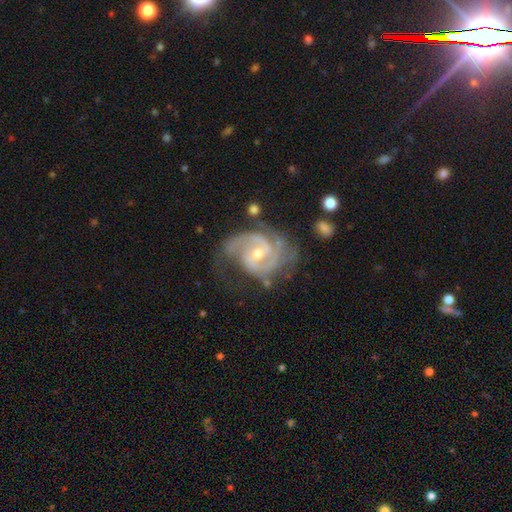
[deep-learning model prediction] Smooth or featured: featured or disk — 89% (star or artifact — 6%)
Edge-on disk: no — 98% (yes — 2%)
Bar: weak — 44% (no — 41%)
Spiral arms: yes — 97% (no — 3%)
Spiral winding: tight — 50% (medium — 41%)
Spiral arm count: 2 — 55% (3 — 20%)
Bulge size: small — 54% (moderate — 43%)
Merging: none — 59% (minor disturbance — 23%)